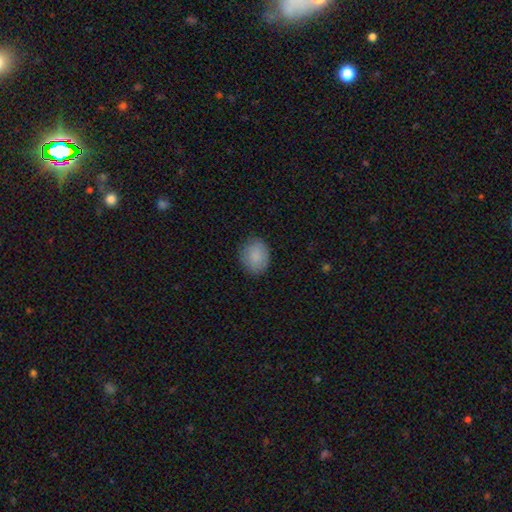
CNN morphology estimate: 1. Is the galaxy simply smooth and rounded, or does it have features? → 86% smooth, 7% featured or disk, 7% star or artifact.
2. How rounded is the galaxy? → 58% round, 41% in between, 1% cigar-shaped.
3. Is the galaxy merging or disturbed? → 83% none, 13% minor disturbance, 3% major disturbance, 1% merger.